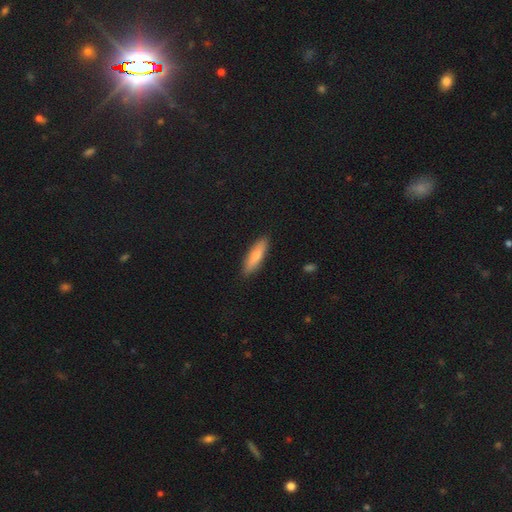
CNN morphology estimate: This is likely a smooth galaxy (76%). How rounded: likely cigar-shaped (65%). Merging: clearly none (88%).